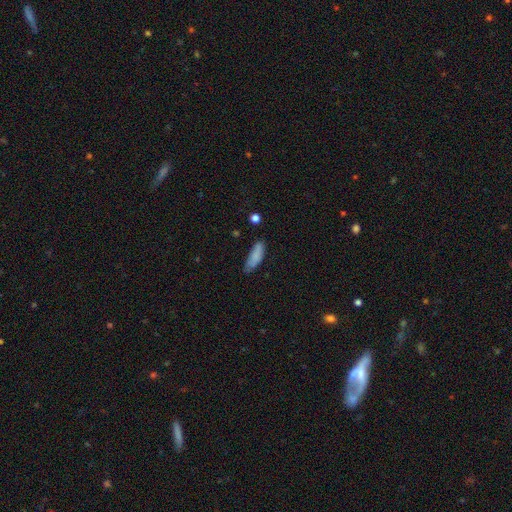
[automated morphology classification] A smooth galaxy with no disk features (83%) that is in between round and cigar-shaped (56%). Merging: none (61%).